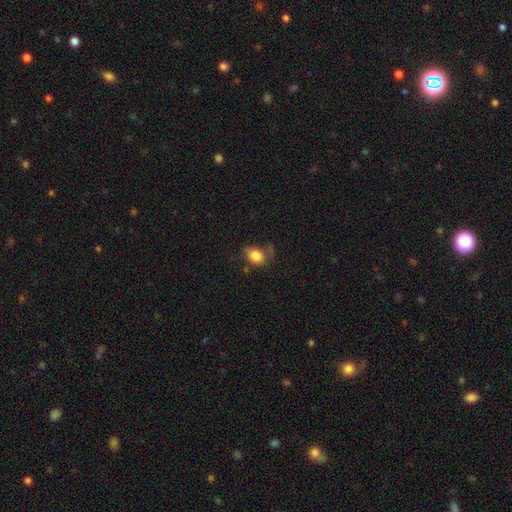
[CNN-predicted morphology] Smooth or featured: smooth — 82% (featured or disk — 9%)
How rounded: in between — 64% (round — 35%)
Merging: none — 53% (minor disturbance — 27%)